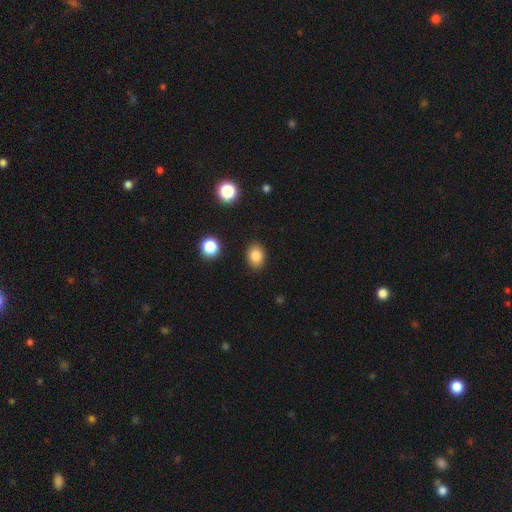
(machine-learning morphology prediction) Smooth or featured? Predicted: smooth (p=0.83). How rounded? Predicted: in between (p=0.64). Merging? Predicted: none (p=0.88).